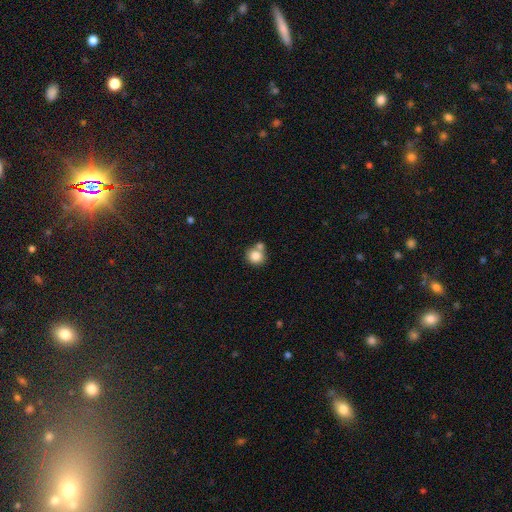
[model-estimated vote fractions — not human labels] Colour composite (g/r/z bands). It shows a smooth galaxy with no disk features (81%) that is round (84%). Merging: none (51%).